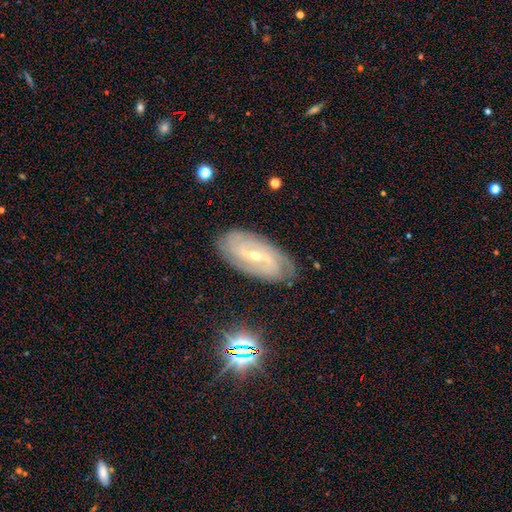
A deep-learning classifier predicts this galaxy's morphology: This is clearly a featured or disk galaxy (84%). It is clearly not viewed edge-on (93%). Bar: marginally weak (44%). Spiral arm pattern: clearly yes (94%). Spiral arm count: possibly 2 (48%). Spiral winding: possibly tight (53%). Central bulge: likely small (63%). Merging: clearly none (82%).